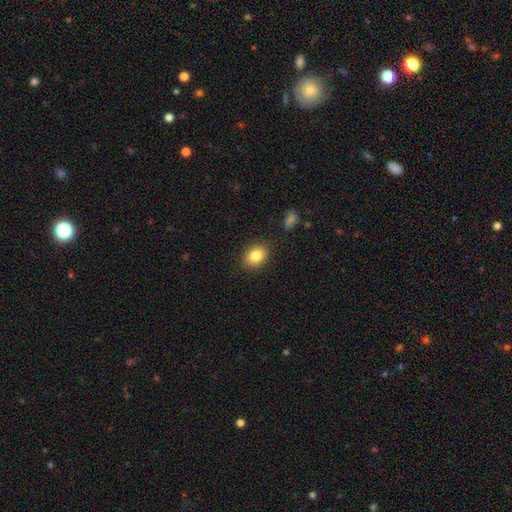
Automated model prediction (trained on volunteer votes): Overall: smooth (84%). How rounded: in between (68%; round 30%). Merging: none (86%).